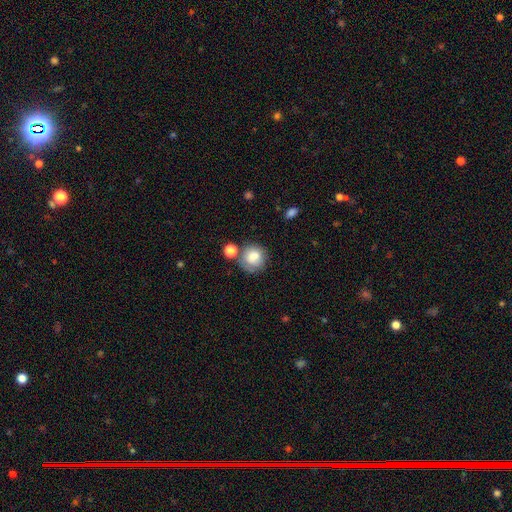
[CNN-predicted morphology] Smooth or featured: smooth — 79% (featured or disk — 12%)
How rounded: round — 87% (in between — 12%)
Merging: none — 62% (minor disturbance — 17%)